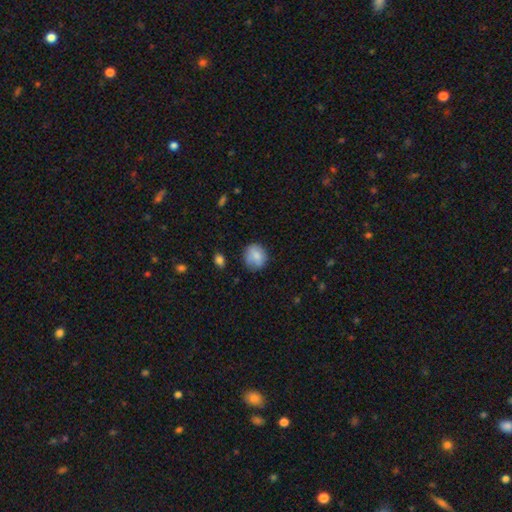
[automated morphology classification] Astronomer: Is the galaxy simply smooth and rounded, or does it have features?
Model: smooth — 81%.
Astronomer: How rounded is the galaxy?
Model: round — 74%.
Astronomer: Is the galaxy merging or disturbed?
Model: none — 70%.